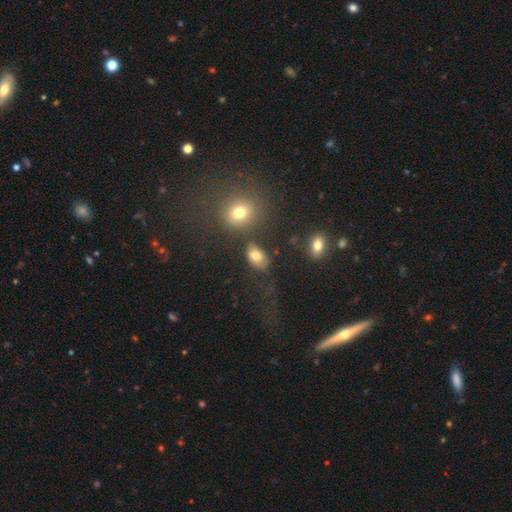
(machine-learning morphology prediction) The model was most divided on "merging": none: 66%, minor disturbance: 16%, merger: 9%, major disturbance: 8%. More confident: how rounded — in between (85%); smooth or featured — smooth (77%).